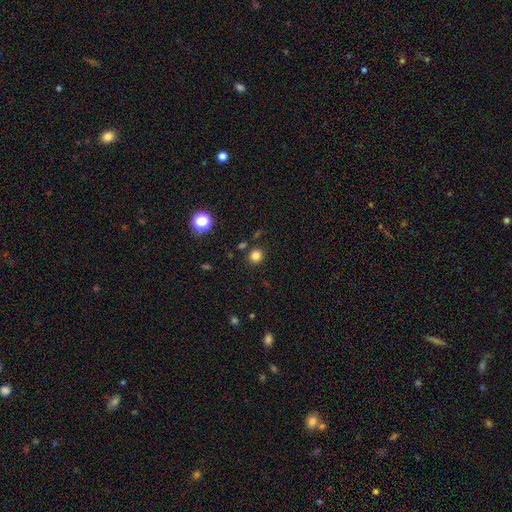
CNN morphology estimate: A smooth galaxy with no disk features (81%) that is round (91%). Merging: none (87%).